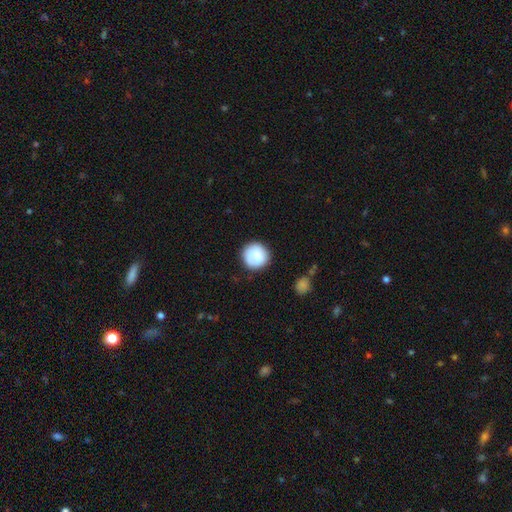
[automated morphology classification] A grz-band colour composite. It shows a smooth galaxy with no disk features (82%) that is round (93%). Merging: none (83%).